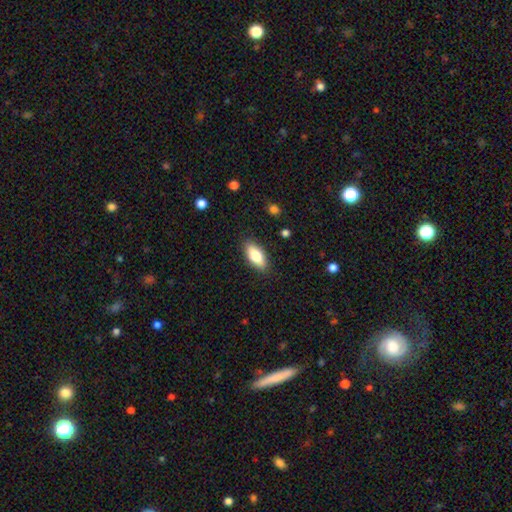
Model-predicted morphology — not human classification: Smooth or featured? Predicted: smooth (p=0.72). How rounded? Predicted: in between (p=0.79). Merging? Predicted: none (p=0.88).